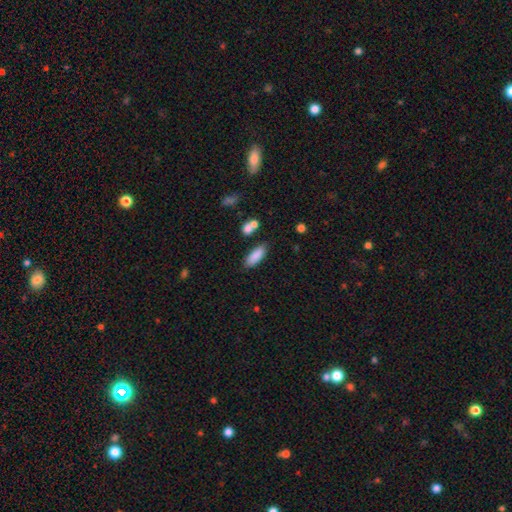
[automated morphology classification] Smooth or featured? Predicted: smooth (p=0.86). How rounded? Predicted: in between (p=0.67). Merging? Predicted: none (p=0.79).